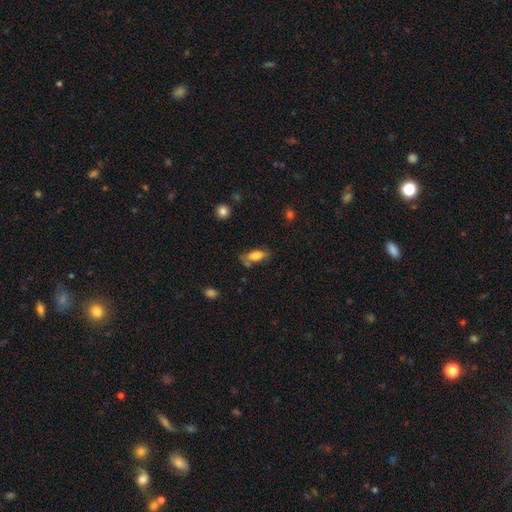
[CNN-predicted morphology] A smooth galaxy with no disk features (75%) that is in between round and cigar-shaped (77%). Merging: none (64%).